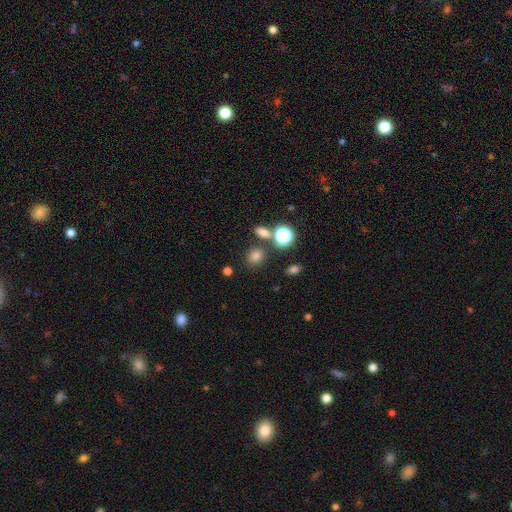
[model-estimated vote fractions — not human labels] Smooth or featured: smooth — 74% (star or artifact — 19%)
How rounded: round — 70% (in between — 29%)
Merging: none — 75% (merger — 11%)